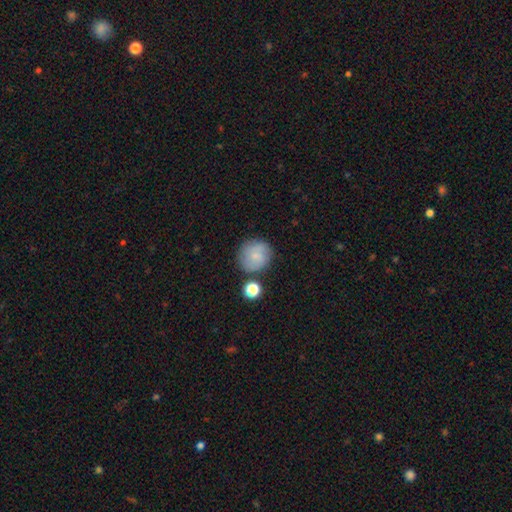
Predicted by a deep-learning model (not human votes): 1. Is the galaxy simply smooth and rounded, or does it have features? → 76% smooth, 15% featured or disk, 9% star or artifact.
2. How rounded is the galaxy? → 90% round, 9% in between, 1% cigar-shaped.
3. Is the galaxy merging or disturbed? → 74% none, 13% minor disturbance, 8% merger, 4% major disturbance.